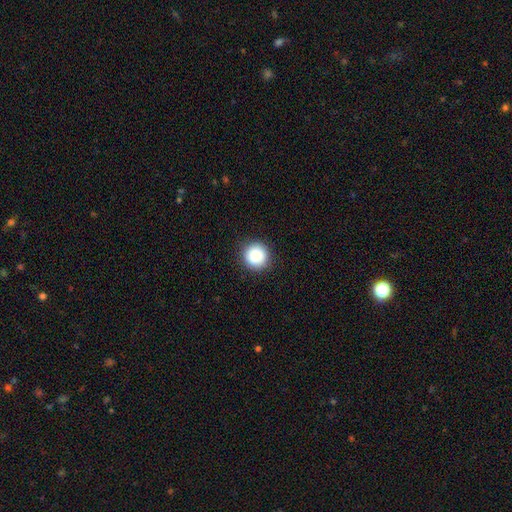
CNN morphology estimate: smooth-or-featured: smooth: 87% | star or artifact: 9% | featured or disk: 4%
  how-rounded: round: 94% | in between: 5% | cigar-shaped: 1%
  merging: none: 91% | minor disturbance: 6% | major disturbance: 2% | merger: 1%